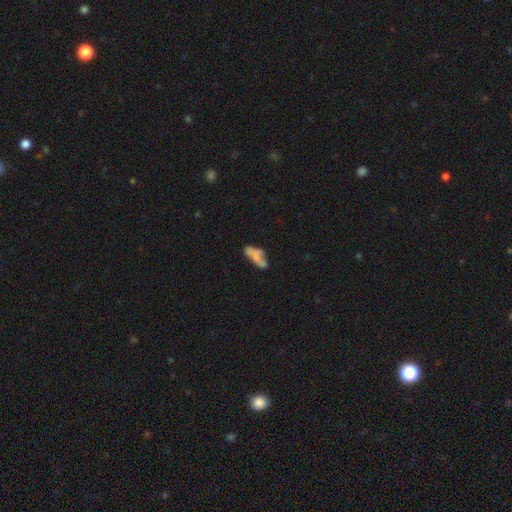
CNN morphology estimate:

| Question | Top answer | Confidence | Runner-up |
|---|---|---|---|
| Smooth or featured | smooth | 58% | featured or disk (32%) |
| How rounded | in between | 66% | cigar-shaped (30%) |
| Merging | none | 35% | minor disturbance (24%) |